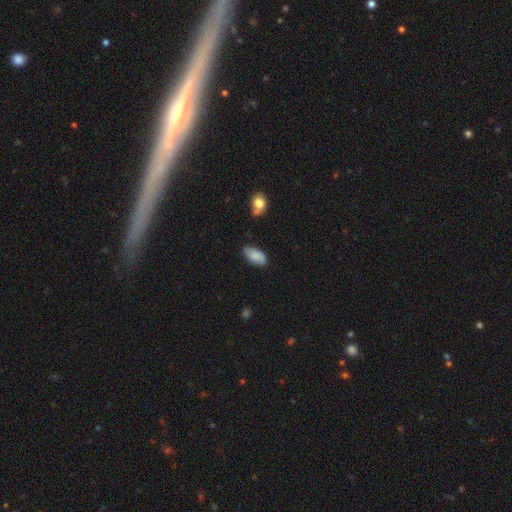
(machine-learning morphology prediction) smooth 72%, featured or disk 21%, star or artifact 7%. Down the decision tree: how rounded — in between (94%); merging — none (72%).